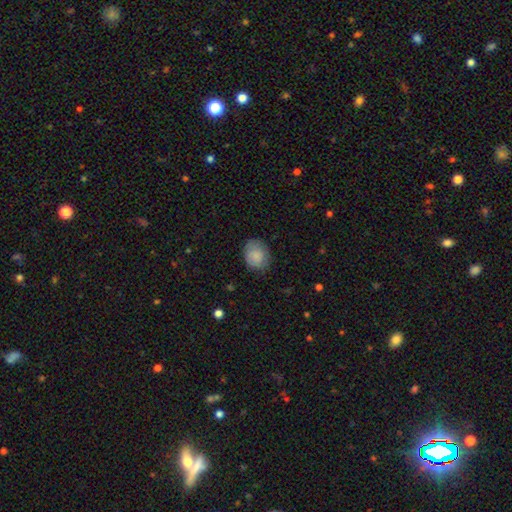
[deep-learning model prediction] Smooth or featured?
  - smooth: 83% *
  - featured or disk: 10%
  - star or artifact: 7%
How rounded?
  - round: 58% *
  - in between: 41%
  - cigar-shaped: 1%
Merging?
  - none: 74% *
  - minor disturbance: 20%
  - major disturbance: 5%
  - merger: 1%